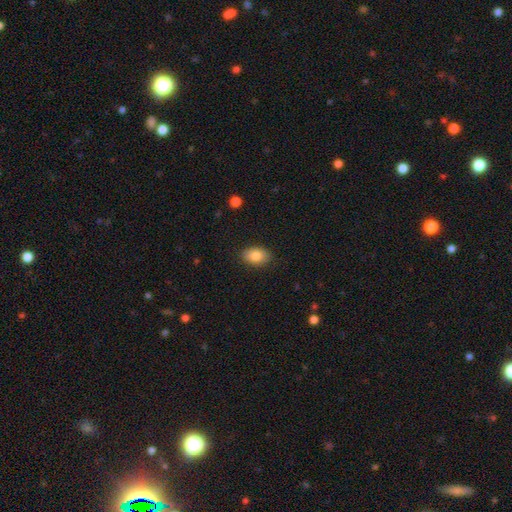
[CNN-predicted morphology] A smooth galaxy with no disk features (84%) that is in between round and cigar-shaped (86%).

Vote fractions:
- Smooth or featured? smooth: 84% / featured or disk: 8% / star or artifact: 8%
- How rounded? in between: 86% / round: 12% / cigar-shaped: 1%
- Merging? none: 87% / minor disturbance: 10% / major disturbance: 2% / merger: 1%